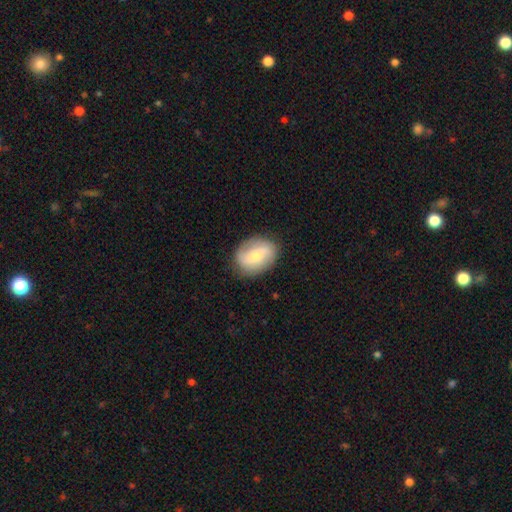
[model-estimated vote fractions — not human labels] The model was most divided on "smooth or featured": featured or disk: 49%, smooth: 44%, star or artifact: 7%. More confident: merging — none (83%).